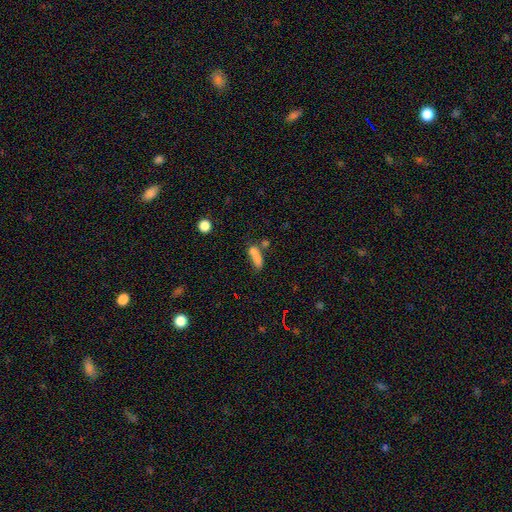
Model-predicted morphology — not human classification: type=smooth (70%); roundness=in between (57%); merging=merger (41%).